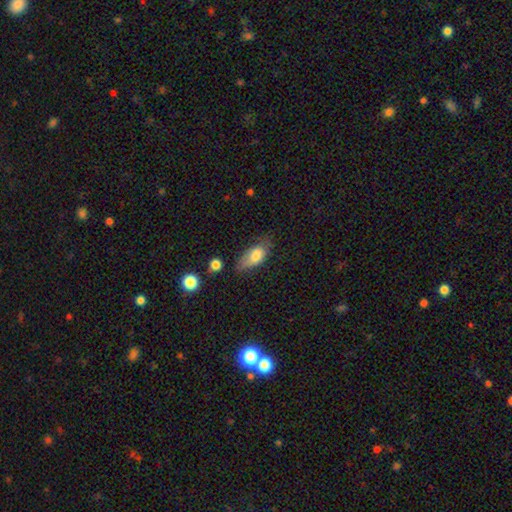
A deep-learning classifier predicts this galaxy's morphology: A smooth galaxy with no disk features (75%) that is in between round and cigar-shaped (85%). Merging: none (50%).